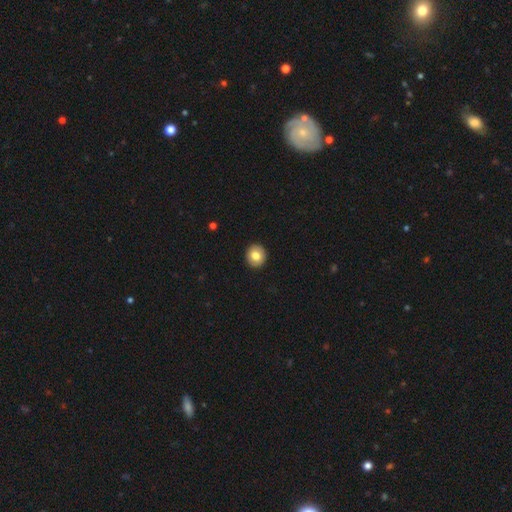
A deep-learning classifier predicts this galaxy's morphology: This appears to be a smooth galaxy with no disk features (79%) that is round (86%). Merging: none (93%).